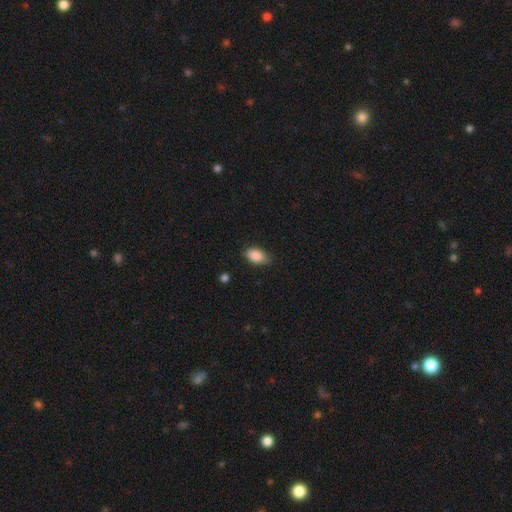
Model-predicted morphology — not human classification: Overall: smooth (88%). How rounded: in between (91%). Merging: none (79%).